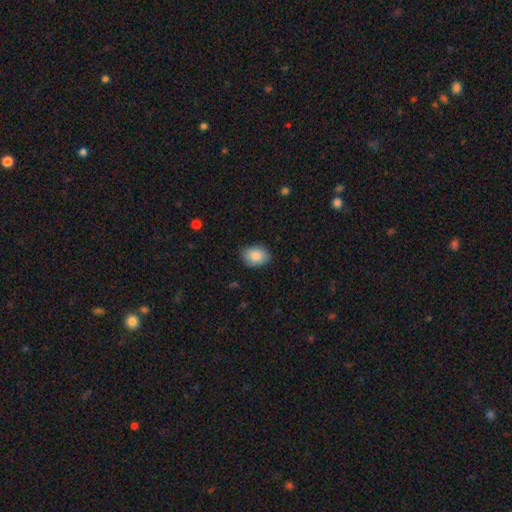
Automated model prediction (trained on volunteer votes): Smooth or featured?
  - smooth: 87% *
  - star or artifact: 7%
  - featured or disk: 6%
How rounded?
  - in between: 74% *
  - round: 25%
  - cigar-shaped: 1%
Merging?
  - none: 84% *
  - minor disturbance: 13%
  - major disturbance: 3%
  - merger: 1%